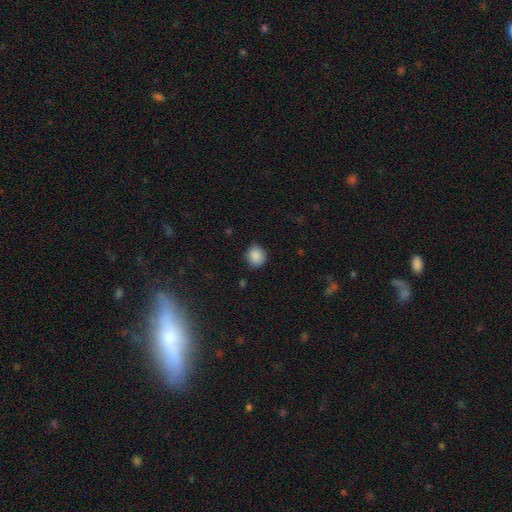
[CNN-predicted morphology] Smooth or featured?
  - smooth: 88% *
  - star or artifact: 9%
  - featured or disk: 3%
How rounded?
  - round: 80% *
  - in between: 19%
  - cigar-shaped: 1%
Merging?
  - none: 84% *
  - minor disturbance: 12%
  - major disturbance: 3%
  - merger: 1%